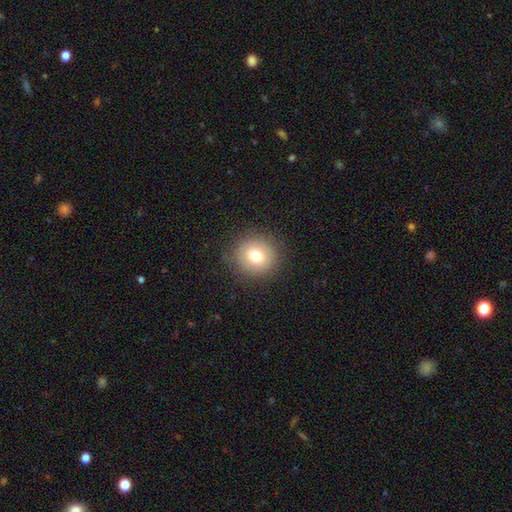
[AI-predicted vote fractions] smooth-or-featured: smooth: 75% | featured or disk: 14% | star or artifact: 11%
  how-rounded: round: 90% | in between: 9% | cigar-shaped: 1%
  merging: none: 87% | minor disturbance: 9% | major disturbance: 3% | merger: 1%